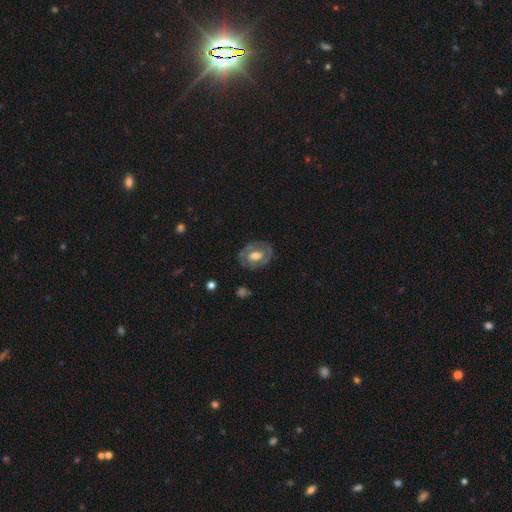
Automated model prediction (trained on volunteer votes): A featured or disk galaxy (65%) with no bar (56%), no spiral arms (52%) and a moderate central bulge (55%). Merging: none (76%).